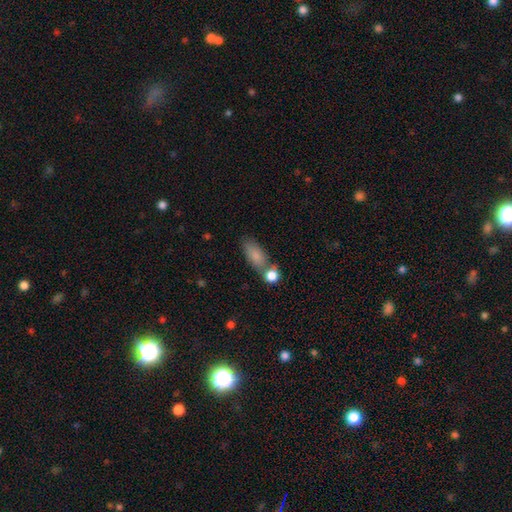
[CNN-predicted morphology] Smooth or featured?
  - smooth: 82% *
  - featured or disk: 10%
  - star or artifact: 8%
How rounded?
  - in between: 79% *
  - cigar-shaped: 15%
  - round: 6%
Merging?
  - none: 55% *
  - merger: 24%
  - minor disturbance: 16%
  - major disturbance: 6%